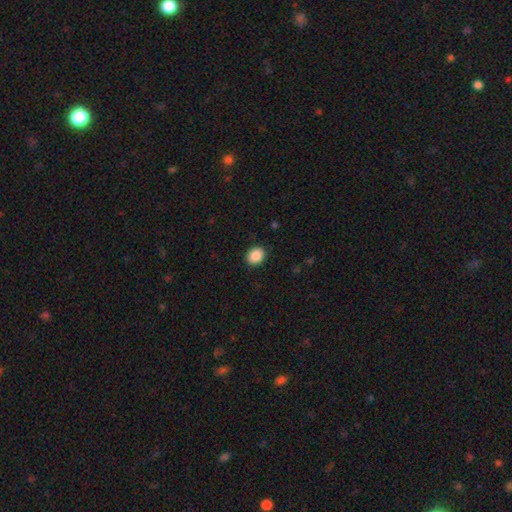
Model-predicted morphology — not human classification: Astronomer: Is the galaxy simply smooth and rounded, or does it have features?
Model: smooth — 89%.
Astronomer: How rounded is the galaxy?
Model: in between — 51% (runner-up: round, 49%).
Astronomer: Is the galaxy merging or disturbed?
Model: none — 90%.